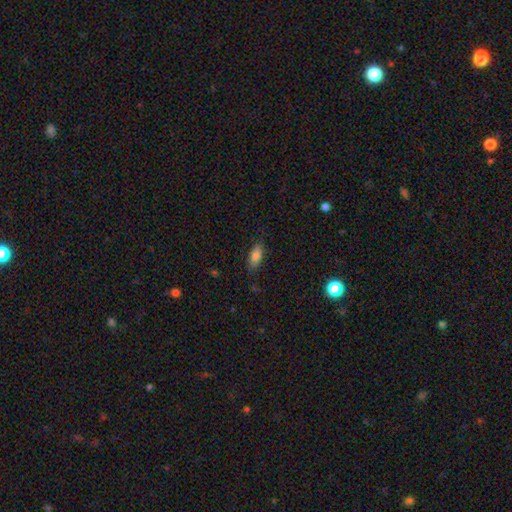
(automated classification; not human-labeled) smooth-or-featured: smooth: 83% | featured or disk: 9% | star or artifact: 8%
  how-rounded: in between: 81% | cigar-shaped: 16% | round: 3%
  merging: none: 81% | minor disturbance: 14% | major disturbance: 3% | merger: 1%